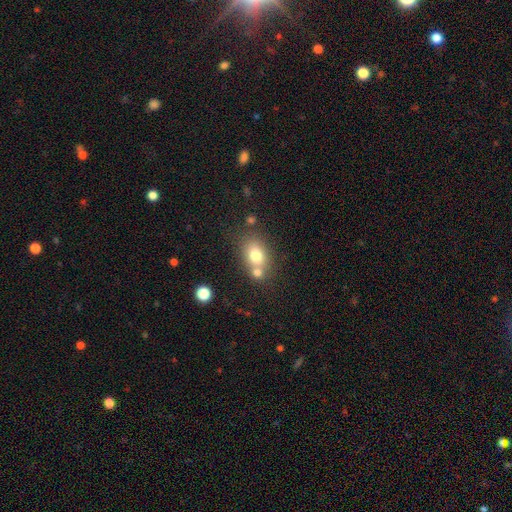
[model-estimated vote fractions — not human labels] A smooth galaxy with no disk features (74%) that is in between round and cigar-shaped (70%).

Vote fractions:
- Smooth or featured? smooth: 74% / featured or disk: 15% / star or artifact: 11%
- How rounded? in between: 70% / round: 29% / cigar-shaped: 2%
- Merging? none: 48% / merger: 36% / minor disturbance: 12% / major disturbance: 4%